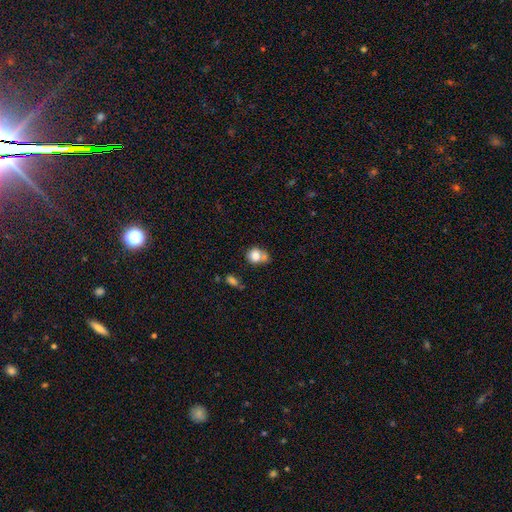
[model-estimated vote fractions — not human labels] Smooth or featured? smooth (80%)
How rounded? round (69%)
Merging? none (38%)